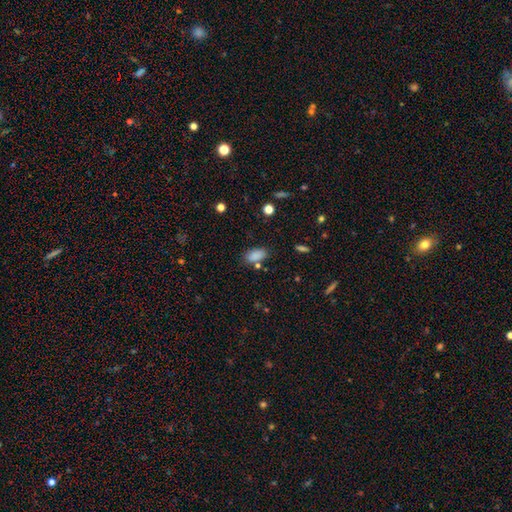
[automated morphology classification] The model was most divided on "merging": none: 75%, minor disturbance: 15%, merger: 6%, major disturbance: 4%. More confident: how rounded — in between (91%); smooth or featured — smooth (85%).